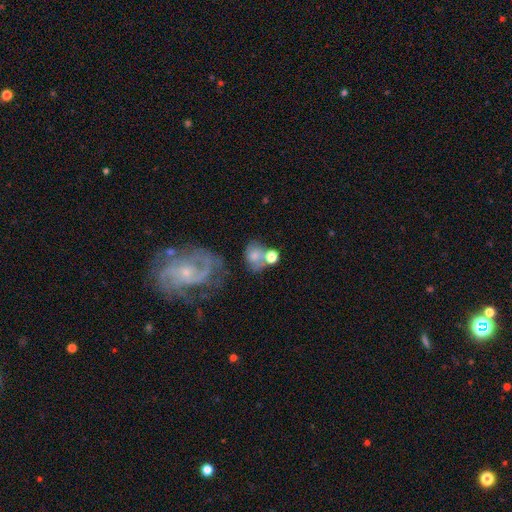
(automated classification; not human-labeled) Q: Smooth or featured?
A: smooth (60%); runner-up: featured or disk (28%)
Q: How rounded?
A: round (61%); runner-up: in between (37%)
Q: Merging?
A: none (38%); runner-up: merger (31%)